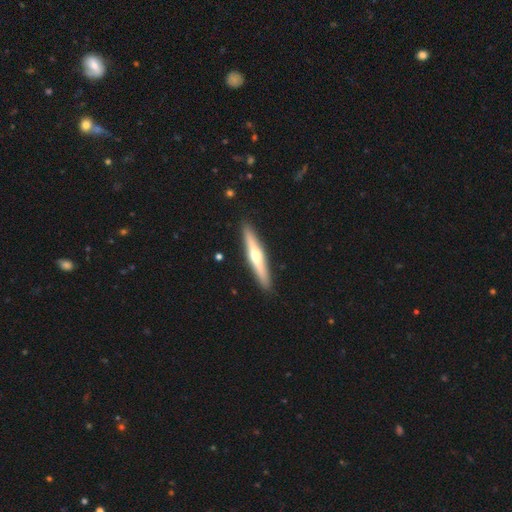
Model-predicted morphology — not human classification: A featured or disk galaxy (61%) viewed edge-on (96%) with a rounded central bulge (89%).

Vote fractions:
- Smooth or featured? featured or disk: 61% / smooth: 34% / star or artifact: 5%
- Edge-on disk? yes: 96% / no: 4%
- Edge-on bulge? rounded: 89% / none: 8% / boxy: 3%
- Merging? none: 91% / minor disturbance: 6% / major disturbance: 1% / merger: 1%